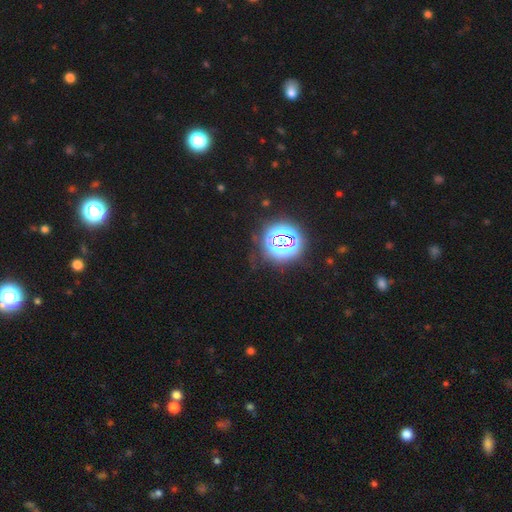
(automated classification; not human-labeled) Q: Smooth or featured?
A: star or artifact (77%); runner-up: smooth (18%)